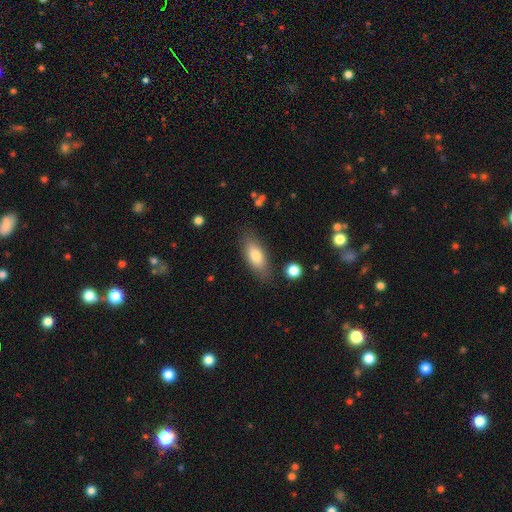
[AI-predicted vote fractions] A smooth galaxy with no disk features (78%) that is in between round and cigar-shaped (79%). Merging: none (80%).